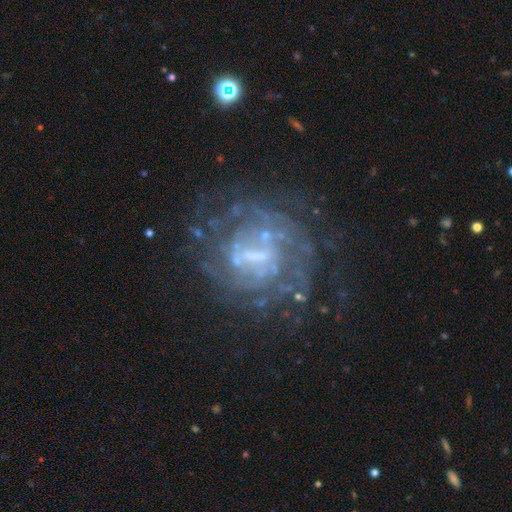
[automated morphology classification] Overall: featured or disk (80%). Edge-on disk: no (97%). Bar: weak (49%; no 29%). Spiral arms: yes (70%). Spiral arm count: can't tell (58%). Spiral winding: tight (55%; medium 31%). Bulge size: small (44%; none 27%). Merging: none (63%).